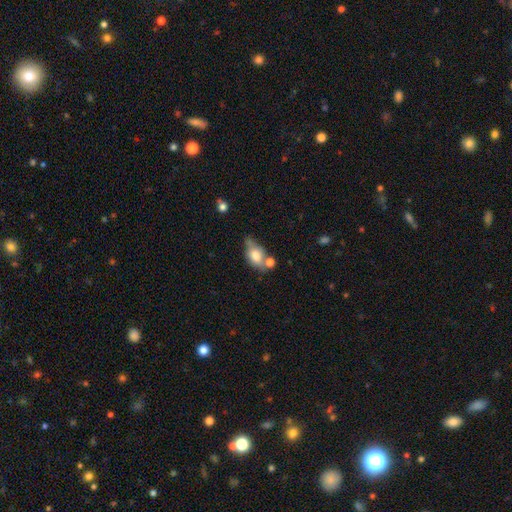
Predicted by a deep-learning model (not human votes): Smooth or featured? Predicted: smooth (p=0.70). How rounded? Predicted: in between (p=0.80). Merging? Predicted: none (p=0.39).